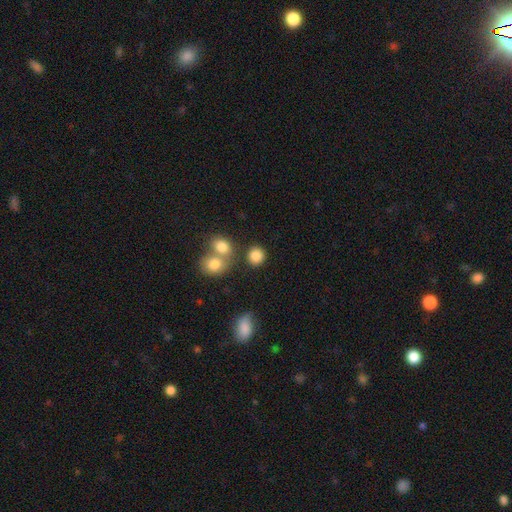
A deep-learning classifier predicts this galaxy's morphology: Q: Smooth or featured?
A: smooth (84%); runner-up: star or artifact (10%)
Q: How rounded?
A: round (83%); runner-up: in between (16%)
Q: Merging?
A: none (72%); runner-up: merger (15%)